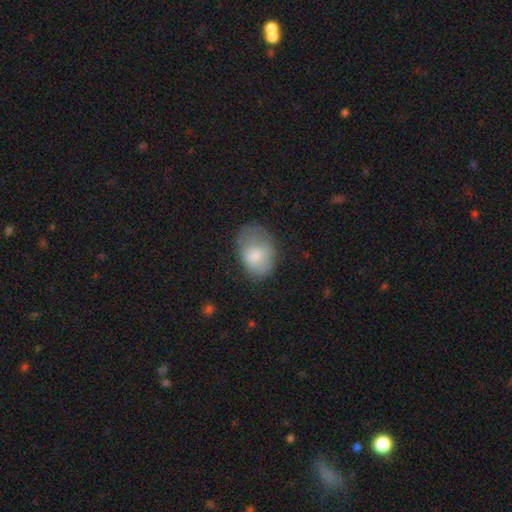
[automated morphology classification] smooth_or_featured: smooth (p=0.71) [alt: featured or disk p=0.21]
how_rounded: in between (p=0.73) [alt: round p=0.26]
merging: none (p=0.44) [alt: minor disturbance p=0.33]